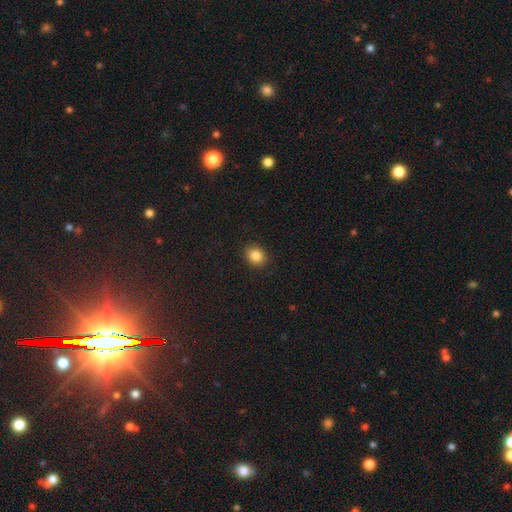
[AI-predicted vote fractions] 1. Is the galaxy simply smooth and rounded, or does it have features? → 85% smooth, 10% star or artifact, 5% featured or disk.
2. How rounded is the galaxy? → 65% round, 34% in between, 1% cigar-shaped.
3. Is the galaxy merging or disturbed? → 91% none, 6% minor disturbance, 2% major disturbance, 1% merger.